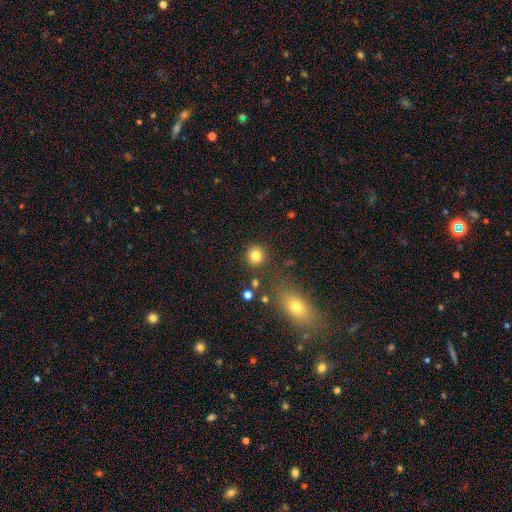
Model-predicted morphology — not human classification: smooth_or_featured: smooth (p=0.83) [alt: star or artifact p=0.11]
how_rounded: round (p=0.92) [alt: in between p=0.07]
merging: none (p=0.86) [alt: minor disturbance p=0.07]